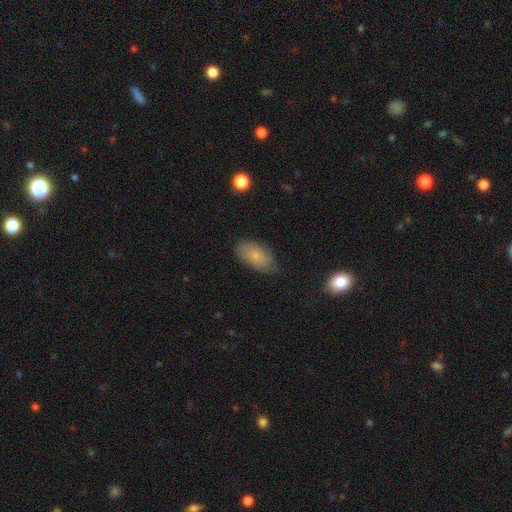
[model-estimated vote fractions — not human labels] Q: Smooth or featured?
A: smooth (73%); runner-up: featured or disk (20%)
Q: How rounded?
A: in between (93%); runner-up: round (5%)
Q: Merging?
A: none (70%); runner-up: minor disturbance (24%)